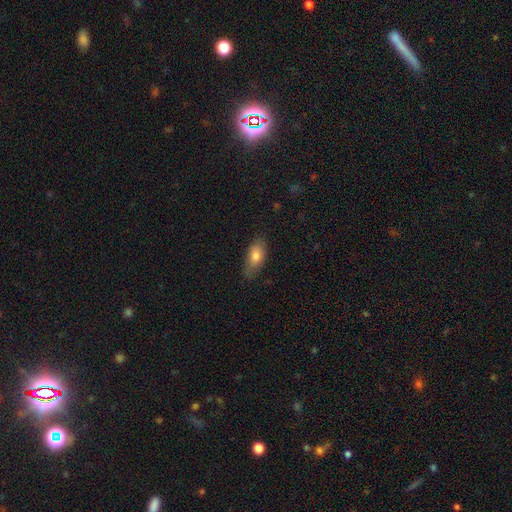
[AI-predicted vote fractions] This appears to be a smooth galaxy with no disk features (78%) that is in between round and cigar-shaped (83%). Merging: none (77%).